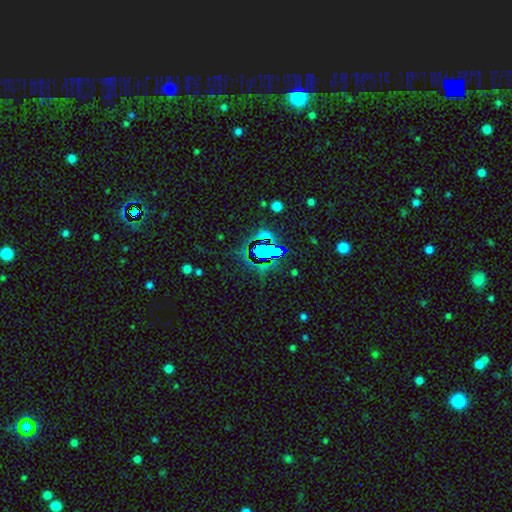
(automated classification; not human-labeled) A star or artifact, not a galaxy (68%).

Vote fractions:
- Smooth or featured? star or artifact: 68% / smooth: 20% / featured or disk: 12%